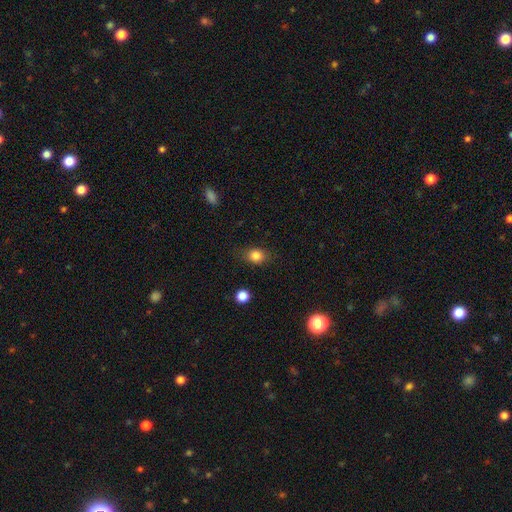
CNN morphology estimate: The model was most divided on "how rounded": in between: 50%, round: 48%, cigar-shaped: 2%. More confident: smooth or featured — smooth (84%); merging — none (80%).